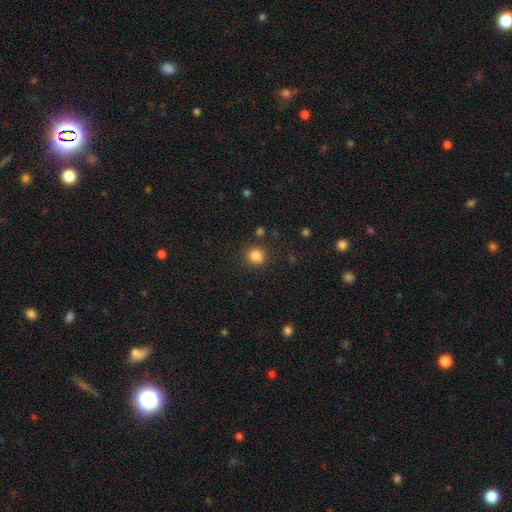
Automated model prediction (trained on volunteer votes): smooth-or-featured: smooth: 84% | star or artifact: 12% | featured or disk: 5%
  how-rounded: round: 84% | in between: 15% | cigar-shaped: 1%
  merging: none: 83% | minor disturbance: 10% | merger: 4% | major disturbance: 3%